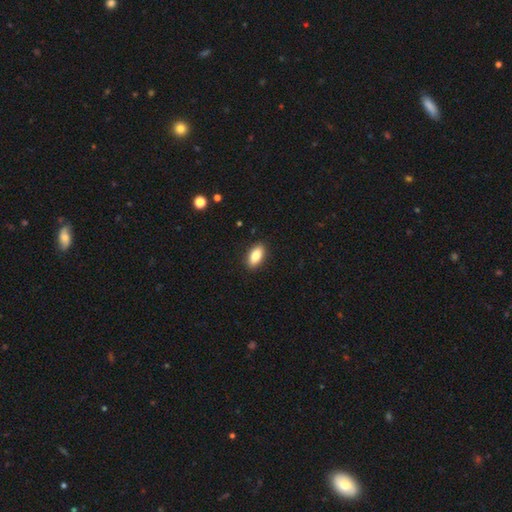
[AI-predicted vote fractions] smooth_or_featured: smooth (p=0.86) [alt: star or artifact p=0.07]
how_rounded: in between (p=0.90) [alt: cigar-shaped p=0.07]
merging: none (p=0.89) [alt: minor disturbance p=0.08]